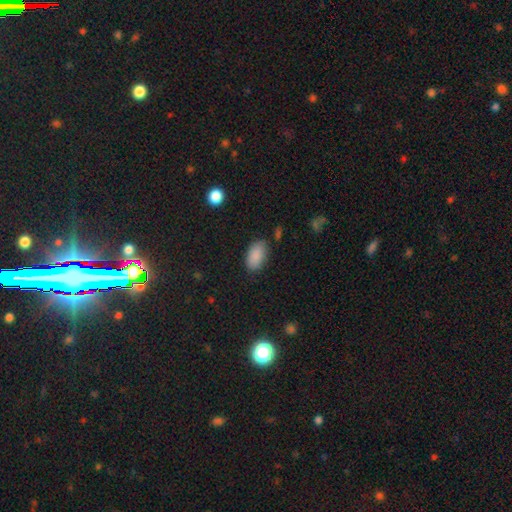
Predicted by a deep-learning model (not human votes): Overall: smooth (88%). How rounded: in between (94%). Merging: none (80%).